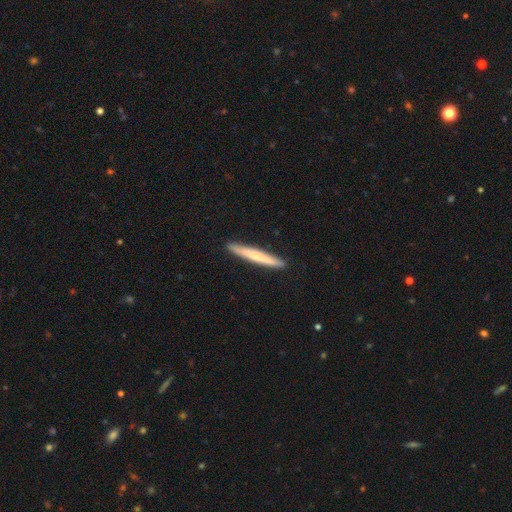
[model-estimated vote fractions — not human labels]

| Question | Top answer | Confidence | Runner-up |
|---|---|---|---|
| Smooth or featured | smooth | 61% | featured or disk (34%) |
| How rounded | cigar-shaped | 97% | in between (2%) |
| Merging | none | 92% | minor disturbance (6%) |